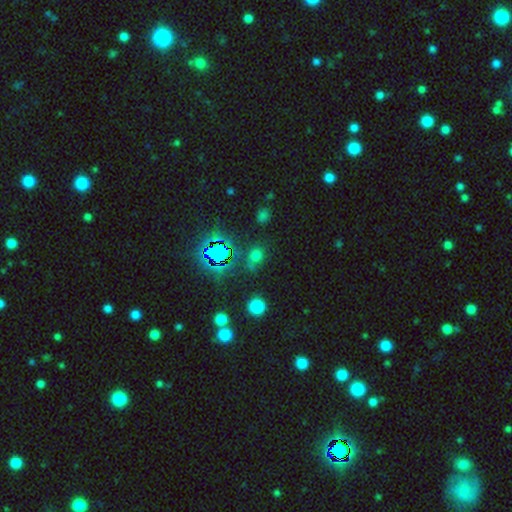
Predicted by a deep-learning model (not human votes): smooth-or-featured: smooth: 51% | star or artifact: 40% | featured or disk: 9%
  how-rounded: round: 74% | in between: 24% | cigar-shaped: 2%
  merging: none: 71% | minor disturbance: 14% | major disturbance: 8% | merger: 7%